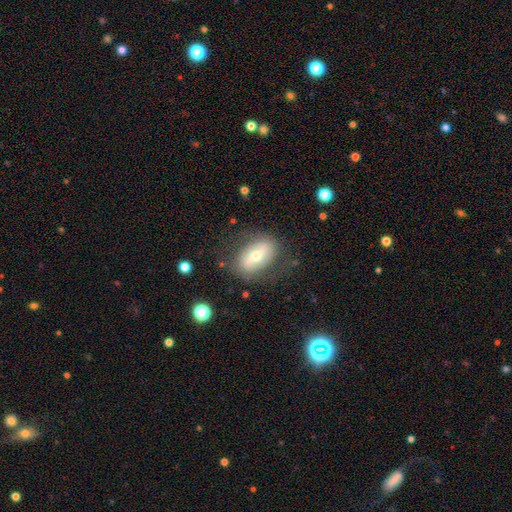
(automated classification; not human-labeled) Q: Smooth or featured?
A: featured or disk (49%); runner-up: smooth (43%)
Q: Merging?
A: none (71%); runner-up: minor disturbance (17%)